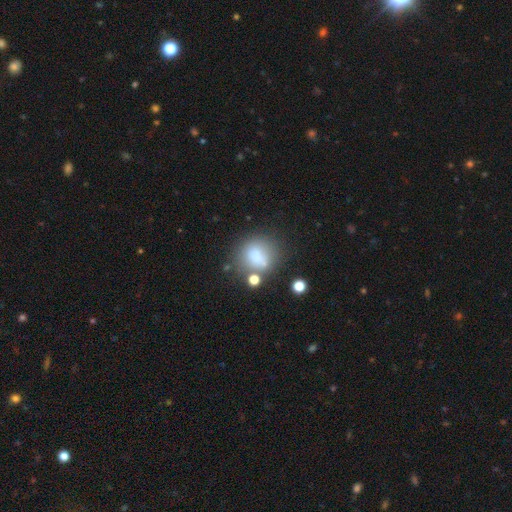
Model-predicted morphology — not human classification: A smooth galaxy with no disk features (69%) that is round (69%).

Vote fractions:
- Smooth or featured? smooth: 69% / featured or disk: 18% / star or artifact: 13%
- How rounded? round: 69% / in between: 30% / cigar-shaped: 1%
- Merging? none: 49% / minor disturbance: 20% / merger: 17% / major disturbance: 15%